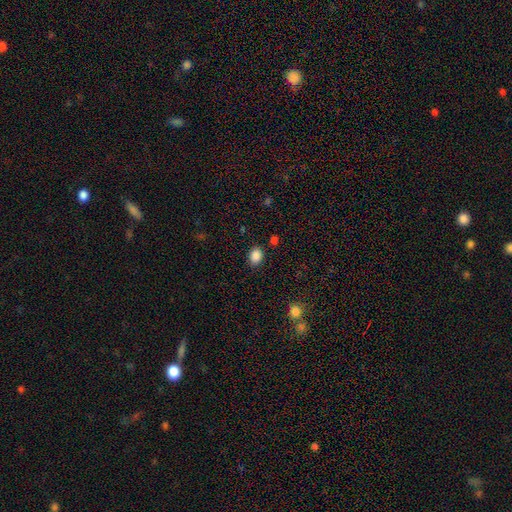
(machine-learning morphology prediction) This appears to be a smooth galaxy with no disk features (86%) that is in between round and cigar-shaped (55%). Merging: none (85%).